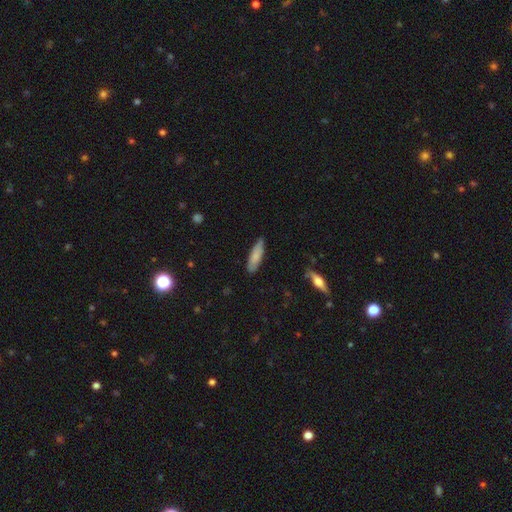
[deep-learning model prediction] Smooth or featured?
  - smooth: 78% *
  - featured or disk: 16%
  - star or artifact: 6%
How rounded?
  - cigar-shaped: 57% *
  - in between: 41%
  - round: 2%
Merging?
  - none: 79% *
  - minor disturbance: 17%
  - major disturbance: 2%
  - merger: 1%